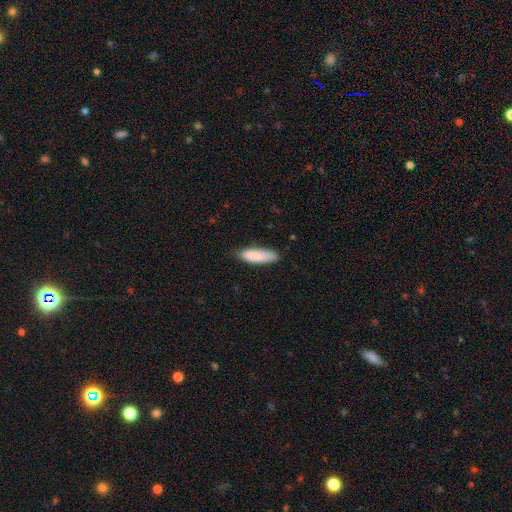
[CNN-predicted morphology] smooth_or_featured: smooth (p=0.87) [alt: featured or disk p=0.07]
how_rounded: in between (p=0.49) [tied with: cigar-shaped p=0.49]
merging: none (p=0.74) [alt: minor disturbance p=0.22]